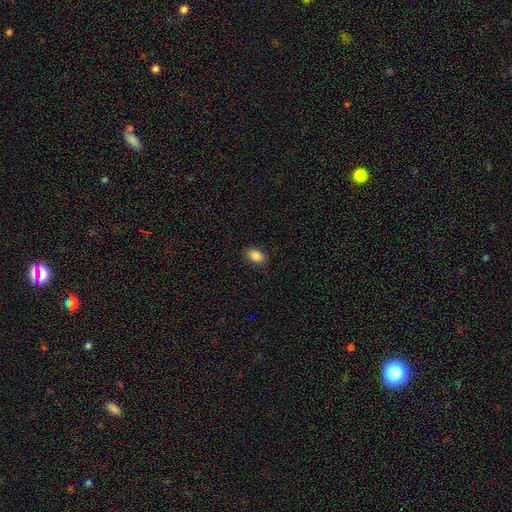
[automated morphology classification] Smooth or featured? smooth (87%)
How rounded? in between (86%)
Merging? none (86%)